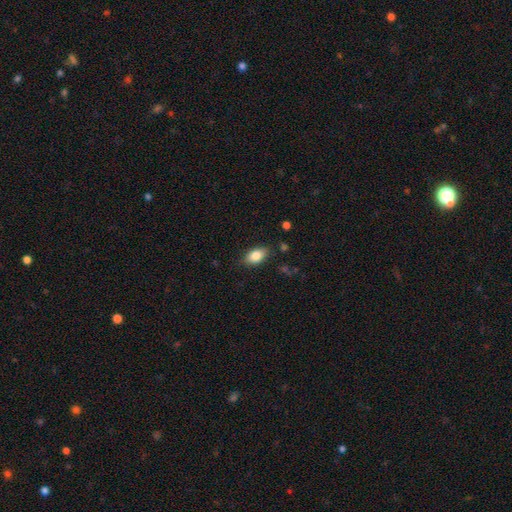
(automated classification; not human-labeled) This appears to be a smooth galaxy with no disk features (83%) that is in between round and cigar-shaped (88%). Merging: none (83%).